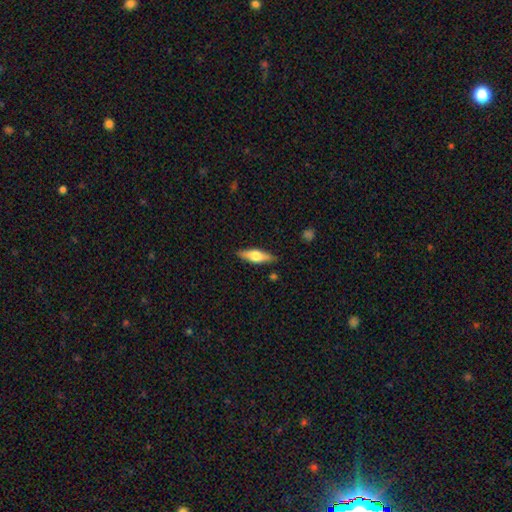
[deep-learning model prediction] smooth 51%, featured or disk 43%, star or artifact 6%. Down the decision tree: how rounded — cigar-shaped (50%); merging — none (86%).